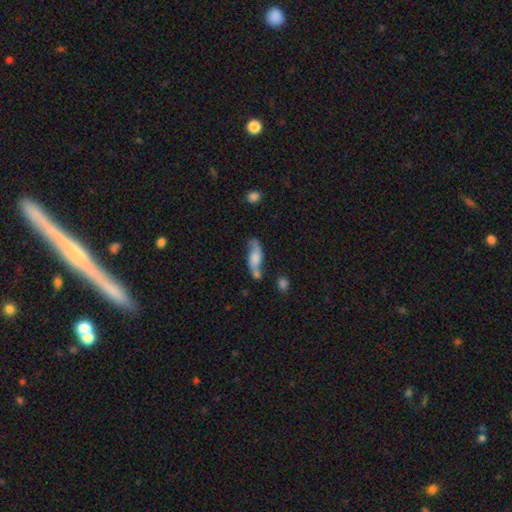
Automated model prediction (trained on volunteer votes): smooth_or_featured: featured or disk (p=0.62) [alt: smooth p=0.30]
disk_edge_on: no (p=0.77) [alt: yes p=0.23]
merging: none (p=0.59) [alt: minor disturbance p=0.20]